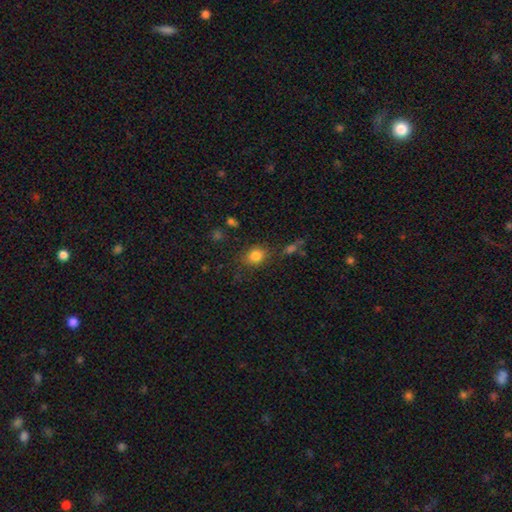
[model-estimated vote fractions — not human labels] A smooth galaxy with no disk features (82%) that is round (59%).

Vote fractions:
- Smooth or featured? smooth: 82% / star or artifact: 12% / featured or disk: 7%
- How rounded? round: 59% / in between: 40% / cigar-shaped: 1%
- Merging? none: 77% / minor disturbance: 14% / major disturbance: 5% / merger: 4%